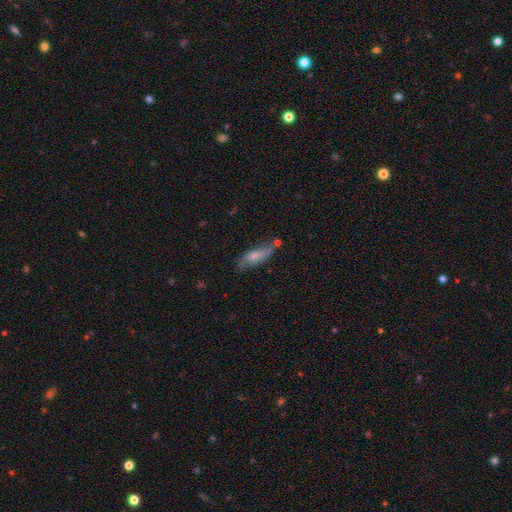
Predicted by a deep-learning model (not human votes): smooth-or-featured: smooth: 57% | featured or disk: 35% | star or artifact: 8%
  how-rounded: cigar-shaped: 50% | in between: 48% | round: 3%
  merging: none: 56% | minor disturbance: 26% | major disturbance: 9% | merger: 8%